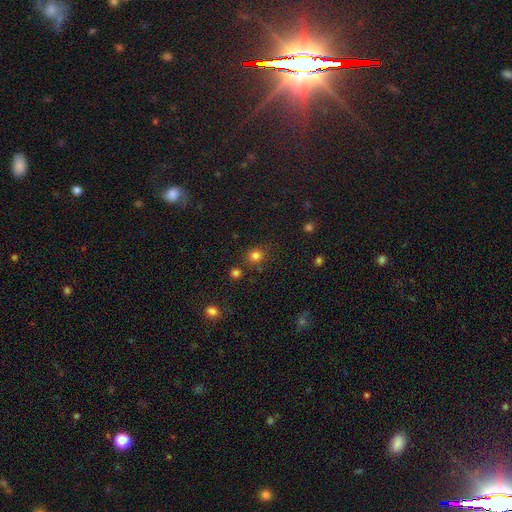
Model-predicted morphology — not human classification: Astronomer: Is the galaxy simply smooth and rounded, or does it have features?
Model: smooth — 79%.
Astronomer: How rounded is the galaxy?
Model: round — 85%.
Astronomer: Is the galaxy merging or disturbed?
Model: none — 80%.